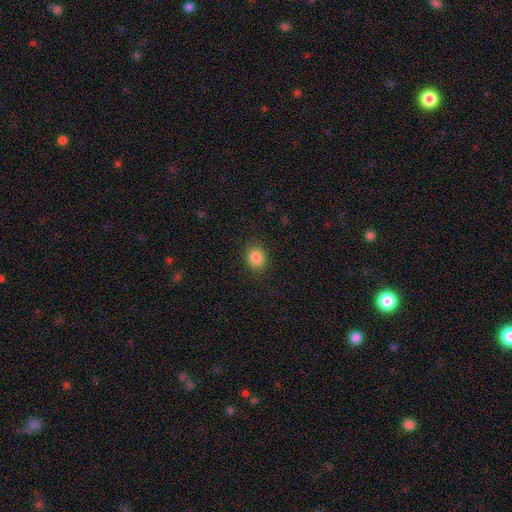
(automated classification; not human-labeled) A smooth galaxy with no disk features (85%) that is round (59%).

Vote fractions:
- Smooth or featured? smooth: 85% / star or artifact: 11% / featured or disk: 4%
- How rounded? round: 59% / in between: 40% / cigar-shaped: 1%
- Merging? none: 89% / minor disturbance: 8% / major disturbance: 3% / merger: 1%